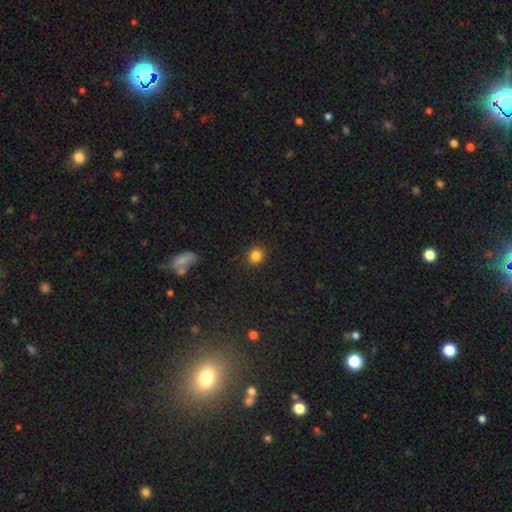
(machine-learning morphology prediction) The model was most divided on "how rounded": round: 73%, in between: 26%, cigar-shaped: 1%. More confident: merging — none (89%); smooth or featured — smooth (84%).